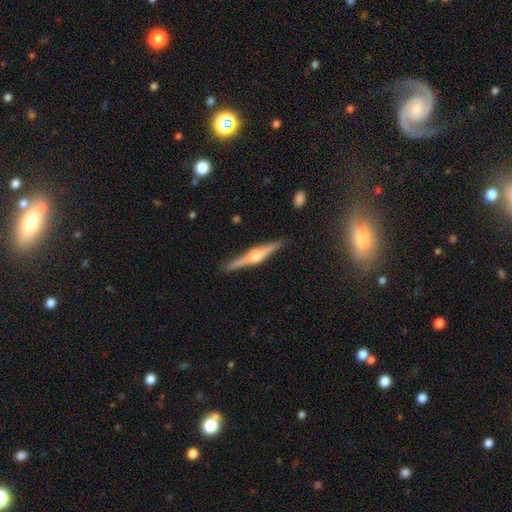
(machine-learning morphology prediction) This appears to be a featured or disk galaxy (80%) viewed edge-on (98%) with a rounded central bulge (91%). Merging: none (90%).